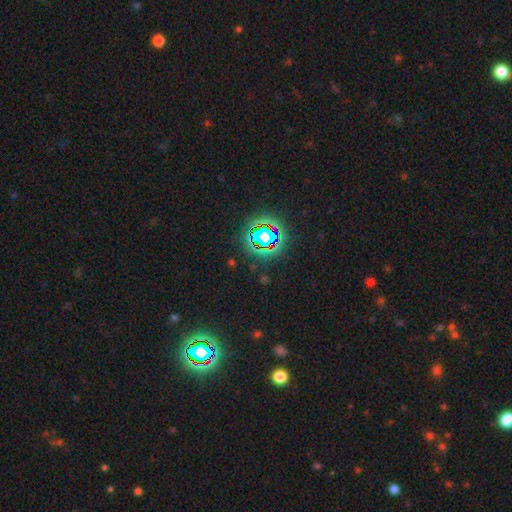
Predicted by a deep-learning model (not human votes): Q: Smooth or featured?
A: star or artifact (81%); runner-up: smooth (12%)